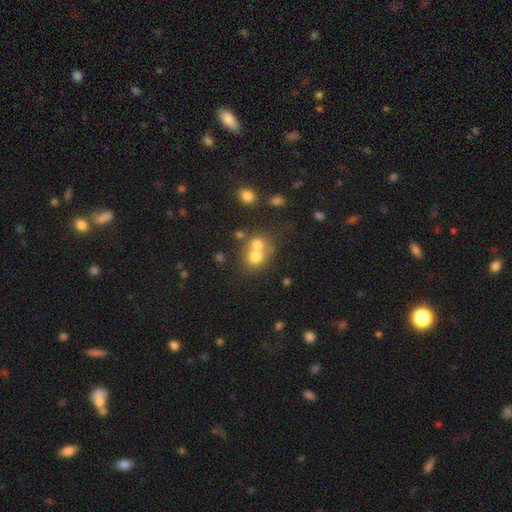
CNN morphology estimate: smooth-or-featured: smooth: 70% | featured or disk: 17% | star or artifact: 13%
  how-rounded: round: 77% | in between: 22% | cigar-shaped: 1%
  merging: merger: 56% | none: 34% | minor disturbance: 6% | major disturbance: 4%